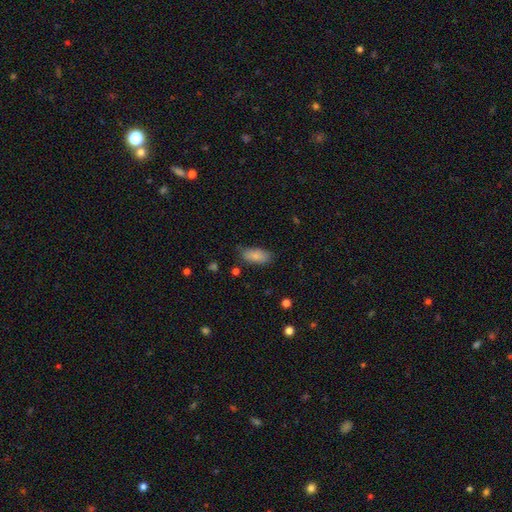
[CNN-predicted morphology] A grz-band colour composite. It shows a smooth galaxy with no disk features (83%) that is in between round and cigar-shaped (90%). Merging: none (74%).